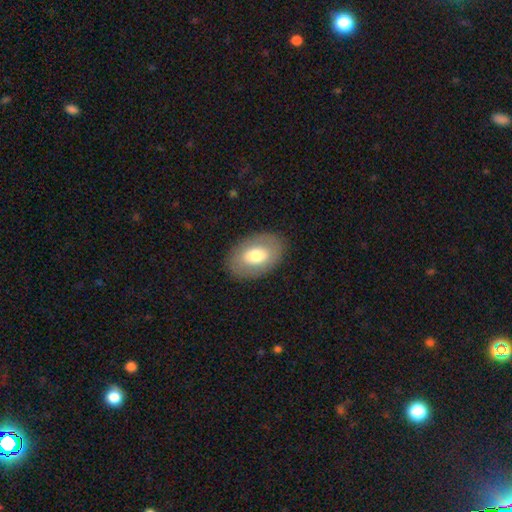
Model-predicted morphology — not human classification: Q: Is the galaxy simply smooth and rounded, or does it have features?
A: smooth — 65%.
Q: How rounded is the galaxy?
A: in between — 86%.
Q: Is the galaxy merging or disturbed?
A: none — 85%.